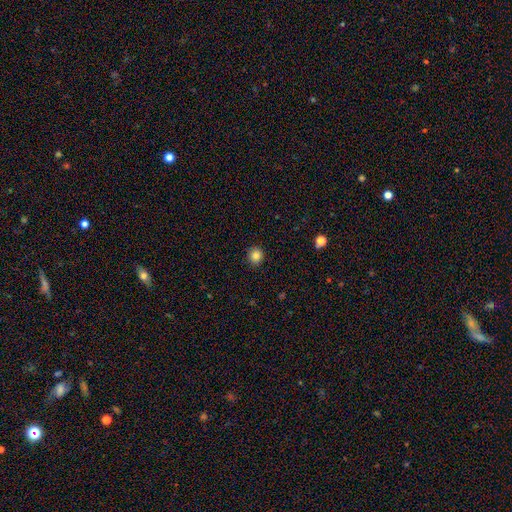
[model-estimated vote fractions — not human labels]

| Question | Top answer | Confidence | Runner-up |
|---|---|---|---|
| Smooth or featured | smooth | 83% | star or artifact (11%) |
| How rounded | round | 88% | in between (11%) |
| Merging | none | 92% | minor disturbance (6%) |